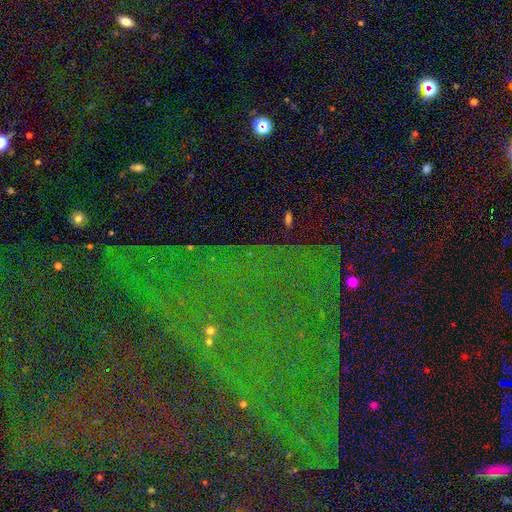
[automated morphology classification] Smooth or featured?
  - star or artifact: 81% *
  - smooth: 10%
  - featured or disk: 9%